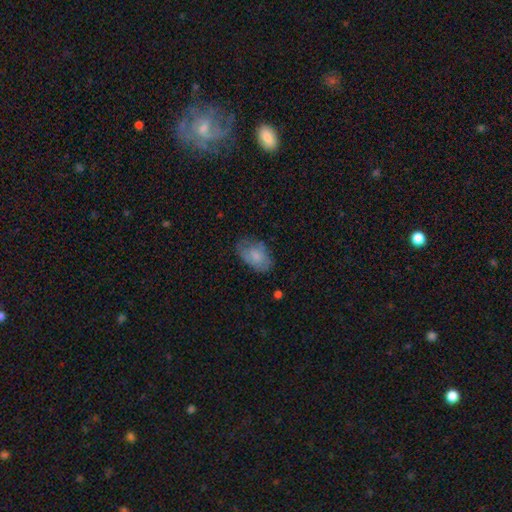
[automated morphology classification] Smooth or featured?
  - smooth: 73% *
  - featured or disk: 19%
  - star or artifact: 7%
How rounded?
  - in between: 91% *
  - round: 8%
  - cigar-shaped: 1%
Merging?
  - none: 62% *
  - minor disturbance: 27%
  - major disturbance: 9%
  - merger: 2%